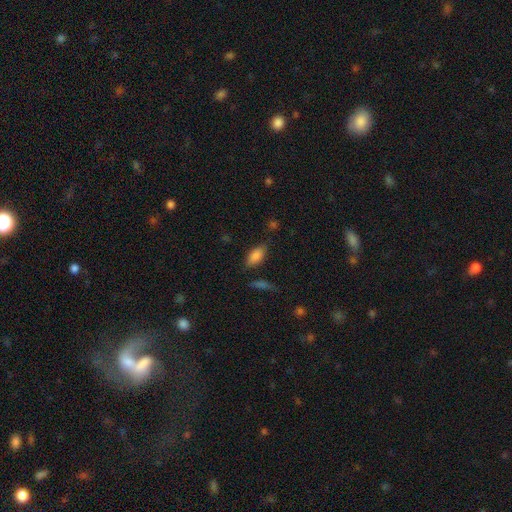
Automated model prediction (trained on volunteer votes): smooth 79%, featured or disk 12%, star or artifact 8%. Down the decision tree: how rounded — in between (85%); merging — none (75%).